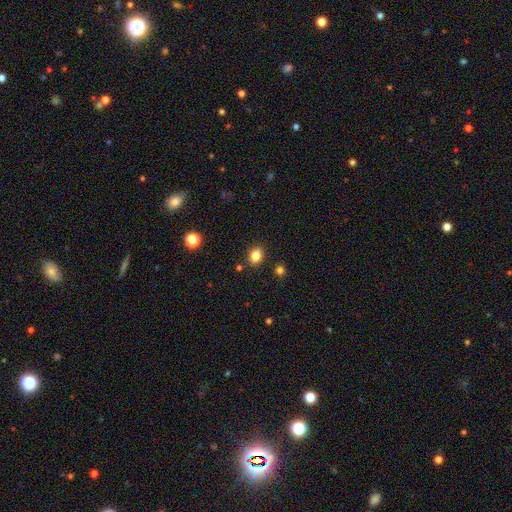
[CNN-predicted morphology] type=smooth (84%); roundness=in between (54%); merging=none (87%).